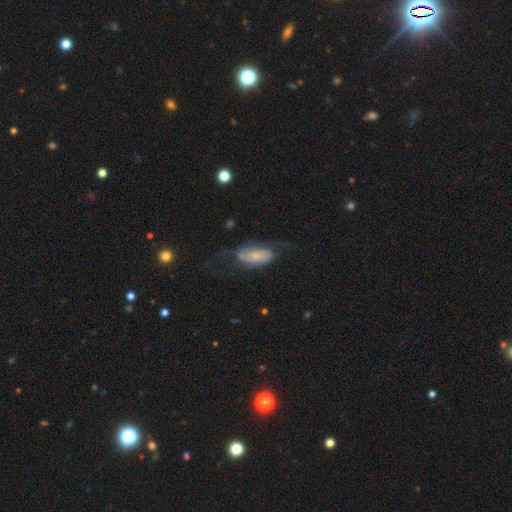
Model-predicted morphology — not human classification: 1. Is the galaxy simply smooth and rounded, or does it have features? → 58% featured or disk, 35% smooth, 8% star or artifact.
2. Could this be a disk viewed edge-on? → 91% no, 9% yes.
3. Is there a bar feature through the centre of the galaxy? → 63% no, 28% weak, 9% strong.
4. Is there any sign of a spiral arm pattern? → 80% yes, 20% no.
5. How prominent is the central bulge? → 66% small, 22% moderate, 8% none, 3% large, 2% dominant.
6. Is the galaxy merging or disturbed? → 46% none, 27% major disturbance, 25% minor disturbance, 2% merger.